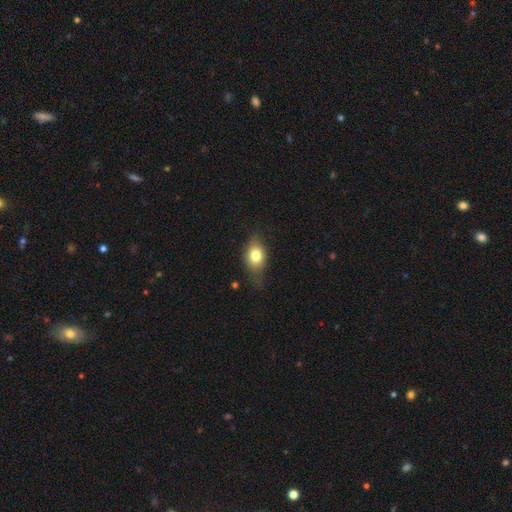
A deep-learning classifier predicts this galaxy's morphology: Smooth or featured?
  - smooth: 73% *
  - featured or disk: 17%
  - star or artifact: 9%
How rounded?
  - in between: 67% *
  - round: 30%
  - cigar-shaped: 3%
Merging?
  - none: 57% *
  - minor disturbance: 31%
  - major disturbance: 9%
  - merger: 2%